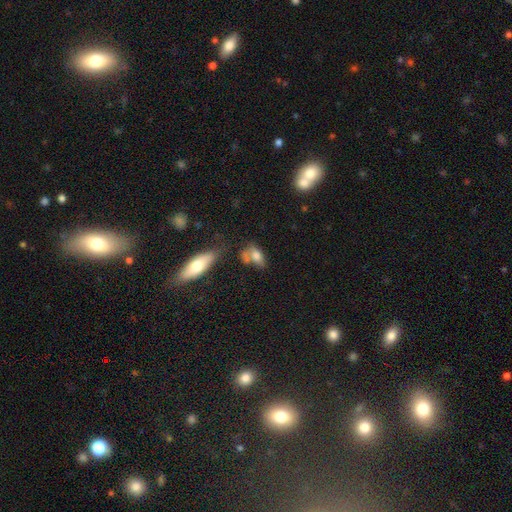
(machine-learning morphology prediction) Smooth or featured?
  - smooth: 73% *
  - featured or disk: 18%
  - star or artifact: 9%
How rounded?
  - in between: 83% *
  - round: 10%
  - cigar-shaped: 7%
Merging?
  - none: 39% *
  - merger: 29%
  - minor disturbance: 21%
  - major disturbance: 12%